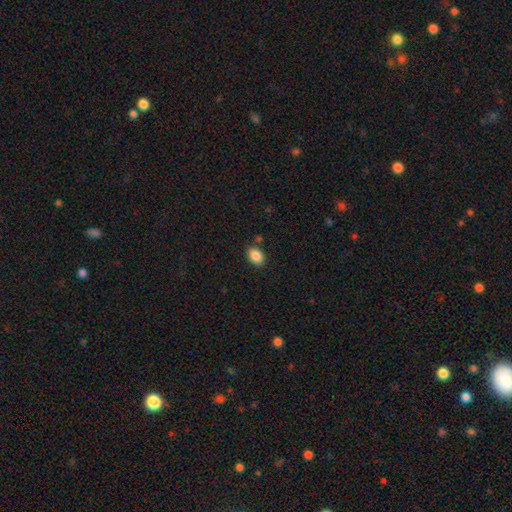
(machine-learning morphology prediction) This appears to be a smooth galaxy with no disk features (88%) that is in between round and cigar-shaped (78%). Merging: none (84%).